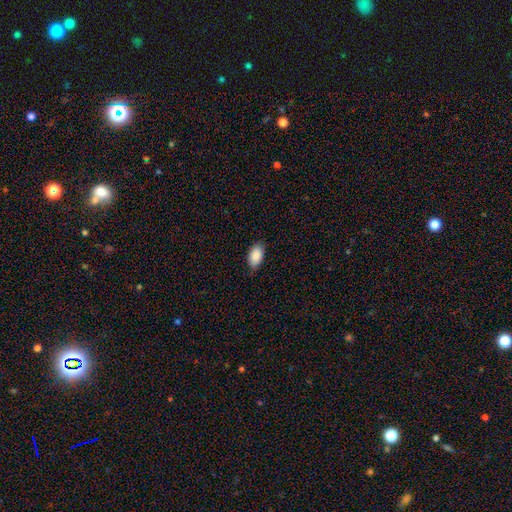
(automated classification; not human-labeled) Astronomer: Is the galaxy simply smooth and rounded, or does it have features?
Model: smooth — 89%.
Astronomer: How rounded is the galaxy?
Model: in between — 94%.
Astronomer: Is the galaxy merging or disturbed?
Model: none — 82%.